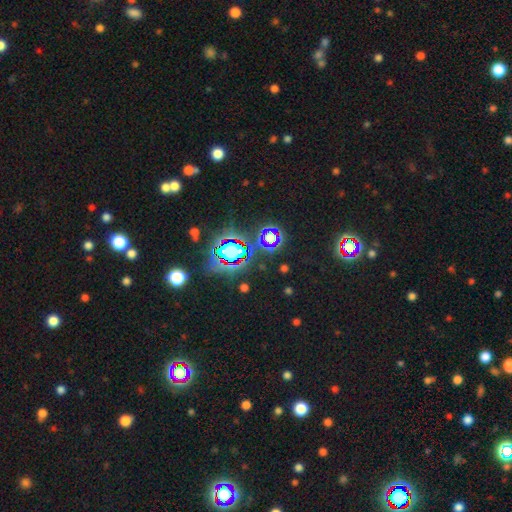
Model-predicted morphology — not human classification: Smooth or featured?
  - star or artifact: 80% *
  - smooth: 12%
  - featured or disk: 8%